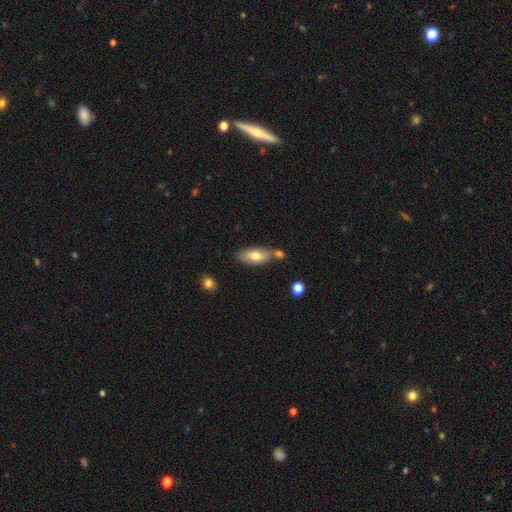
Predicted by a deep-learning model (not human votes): smooth_or_featured: smooth (p=0.71) [alt: featured or disk p=0.22]
how_rounded: in between (p=0.83) [alt: cigar-shaped p=0.14]
merging: none (p=0.60) [alt: merger p=0.21]